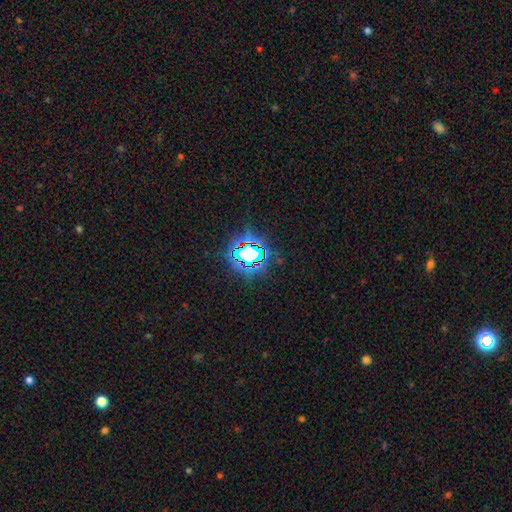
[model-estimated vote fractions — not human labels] The model was most divided on "smooth or featured": star or artifact: 81%, smooth: 11%, featured or disk: 7%.